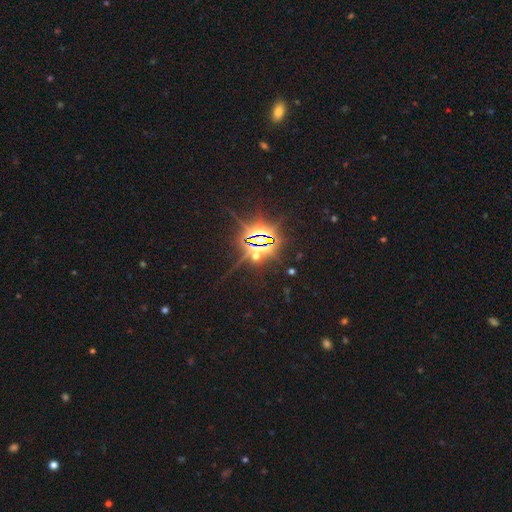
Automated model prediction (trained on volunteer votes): This is clearly a star or artifact rather than a galaxy (84%).